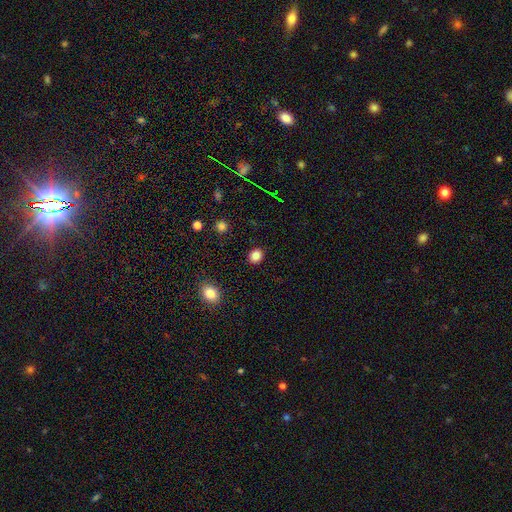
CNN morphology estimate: Overall: smooth (85%). How rounded: round (60%; in between 39%). Merging: none (90%).